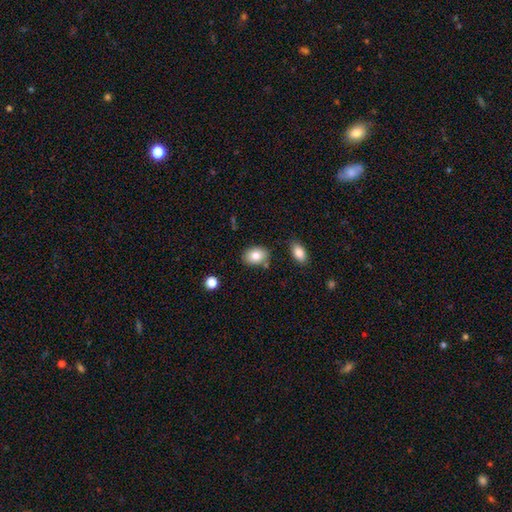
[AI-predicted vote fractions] Overall: smooth (83%). How rounded: in between (77%). Merging: none (78%).